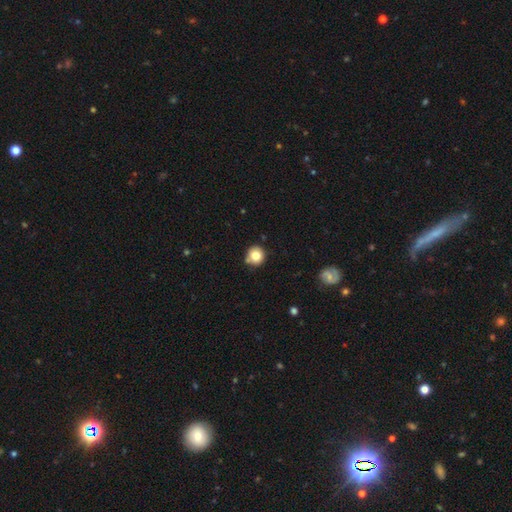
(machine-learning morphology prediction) A smooth galaxy with no disk features (80%) that is round (93%). Merging: none (80%).